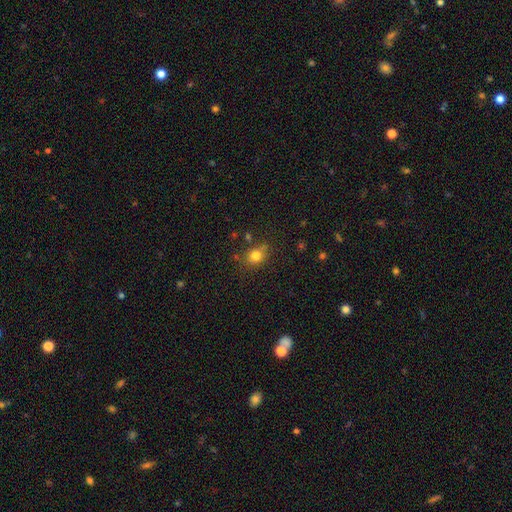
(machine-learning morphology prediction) A smooth galaxy with no disk features (79%) that is round (61%).

Vote fractions:
- Smooth or featured? smooth: 79% / star or artifact: 13% / featured or disk: 8%
- How rounded? round: 61% / in between: 38% / cigar-shaped: 1%
- Merging? none: 71% / minor disturbance: 19% / major disturbance: 5% / merger: 5%